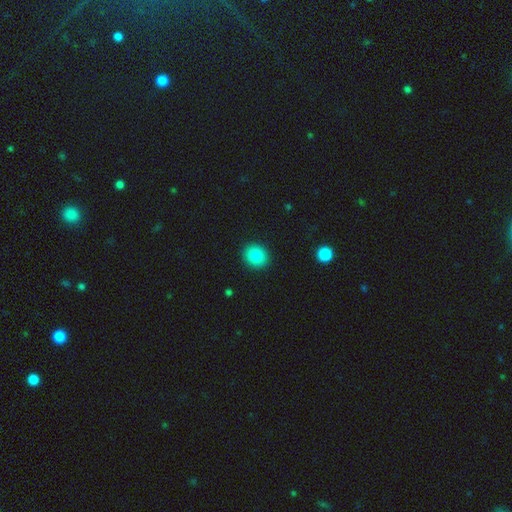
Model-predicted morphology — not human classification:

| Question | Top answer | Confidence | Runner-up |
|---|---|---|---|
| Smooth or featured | smooth | 86% | star or artifact (9%) |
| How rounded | round | 74% | in between (25%) |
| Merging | none | 91% | minor disturbance (6%) |